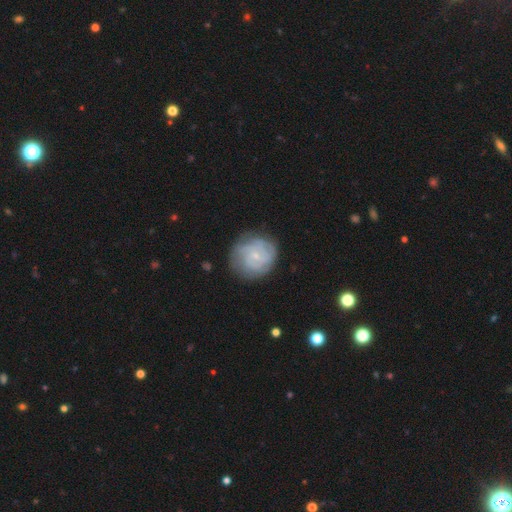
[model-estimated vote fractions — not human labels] A featured or disk galaxy (69%) with no bar (66%), tight (60%) spiral arms (90%) and a small central bulge (79%).

Vote fractions:
- Smooth or featured? featured or disk: 69% / smooth: 24% / star or artifact: 7%
- Edge-on disk? no: 98% / yes: 2%
- Bar? no: 66% / weak: 30% / strong: 4%
- Spiral arms? yes: 90% / no: 10%
- Spiral winding? tight: 60% / medium: 31% / loose: 9%
- Spiral arm count? can't tell: 38% / 3: 22% / 2: 19% / 4: 11% / 1: 5% / more than 4: 5%
- Bulge size? small: 79% / moderate: 15% / none: 4% / large: 1% / dominant: 1%
- Merging? none: 73% / minor disturbance: 18% / major disturbance: 7% / merger: 1%